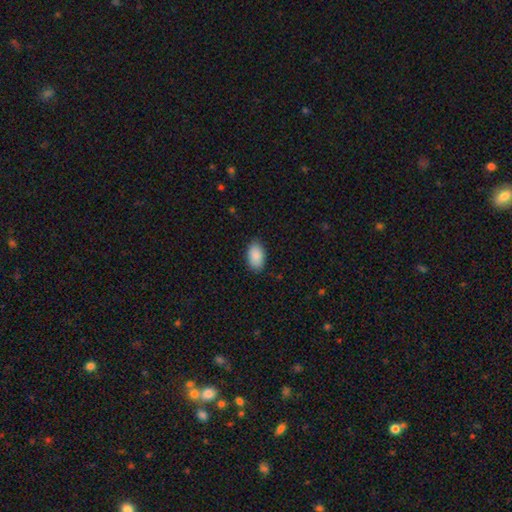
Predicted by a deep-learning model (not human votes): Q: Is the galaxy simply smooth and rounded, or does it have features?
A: smooth — 90%.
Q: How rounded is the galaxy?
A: in between — 94%.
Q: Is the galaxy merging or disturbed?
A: none — 85%.